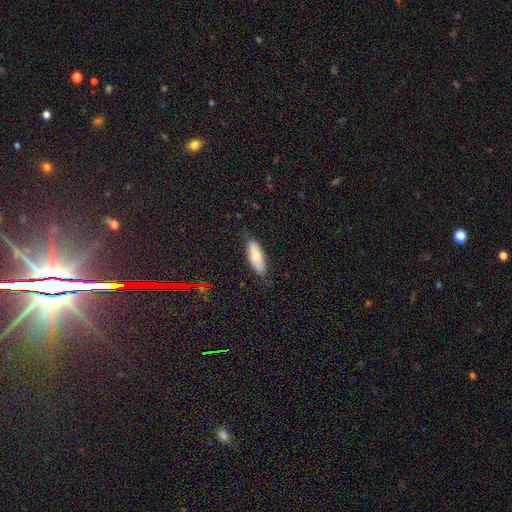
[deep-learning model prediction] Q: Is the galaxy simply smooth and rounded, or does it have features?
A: smooth — 71%.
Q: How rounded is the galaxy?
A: in between — 66%.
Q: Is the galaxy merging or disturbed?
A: none — 81%.